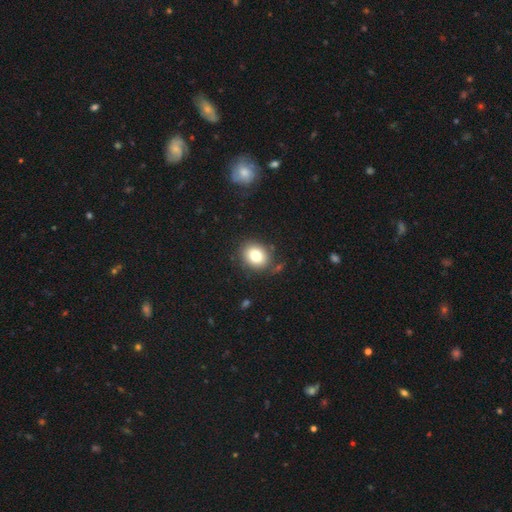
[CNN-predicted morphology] Smooth or featured? smooth (79%)
How rounded? round (57%)
Merging? none (83%)